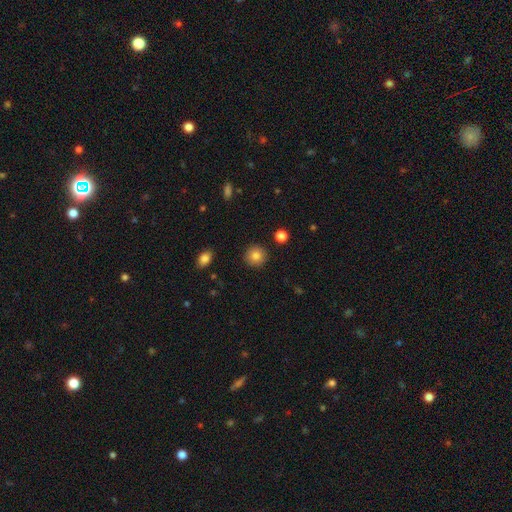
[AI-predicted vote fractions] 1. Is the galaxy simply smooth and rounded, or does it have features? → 83% smooth, 9% star or artifact, 7% featured or disk.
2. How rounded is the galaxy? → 93% round, 6% in between, 1% cigar-shaped.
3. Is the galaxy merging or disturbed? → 92% none, 5% minor disturbance, 2% major disturbance, 1% merger.